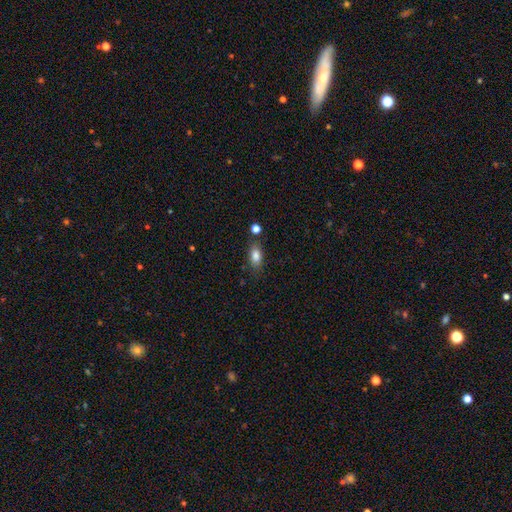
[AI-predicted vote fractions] Smooth or featured? smooth (84%)
How rounded? in between (85%)
Merging? none (75%)